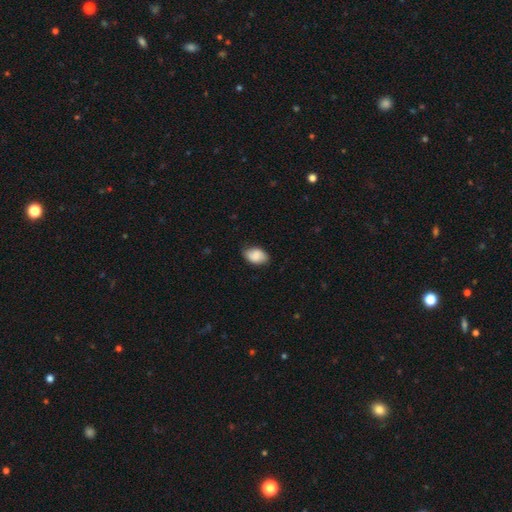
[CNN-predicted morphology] A smooth galaxy with no disk features (84%) that is in between round and cigar-shaped (89%). Merging: none (81%).